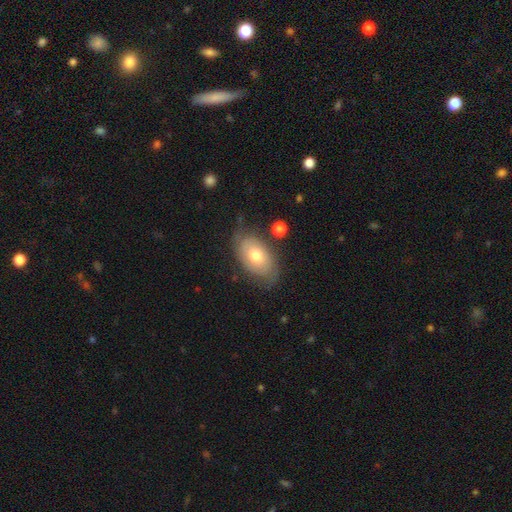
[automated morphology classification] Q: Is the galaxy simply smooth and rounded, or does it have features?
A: smooth — 54%.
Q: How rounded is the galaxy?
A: in between — 90%.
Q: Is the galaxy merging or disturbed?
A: none — 65%.